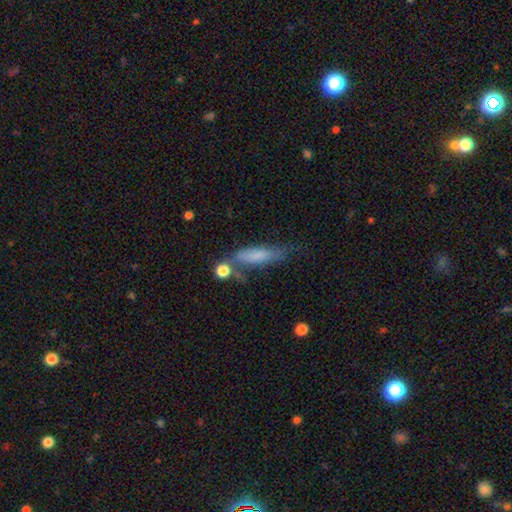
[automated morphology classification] smooth 66%, featured or disk 25%, star or artifact 9%. Down the decision tree: how rounded — cigar-shaped (67%); merging — none (46%).